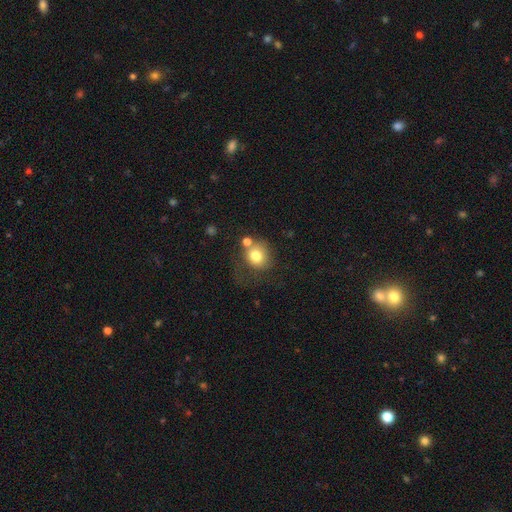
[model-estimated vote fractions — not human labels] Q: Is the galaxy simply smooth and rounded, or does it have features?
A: smooth — 76%.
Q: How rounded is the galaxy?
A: round — 79%.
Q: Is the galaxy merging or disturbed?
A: none — 49%.